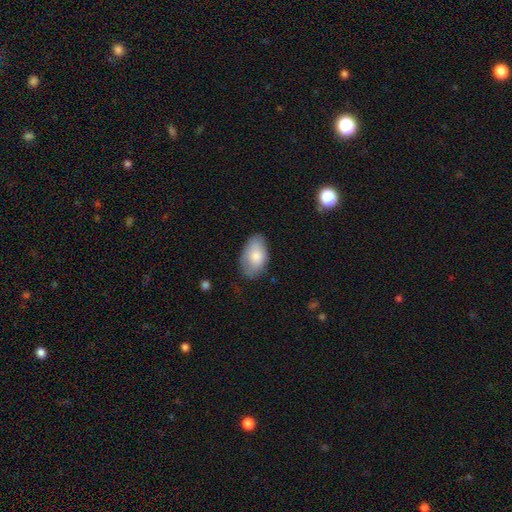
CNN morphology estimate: Q: Smooth or featured?
A: smooth (80%); runner-up: featured or disk (14%)
Q: How rounded?
A: in between (93%); runner-up: round (5%)
Q: Merging?
A: none (69%); runner-up: minor disturbance (25%)